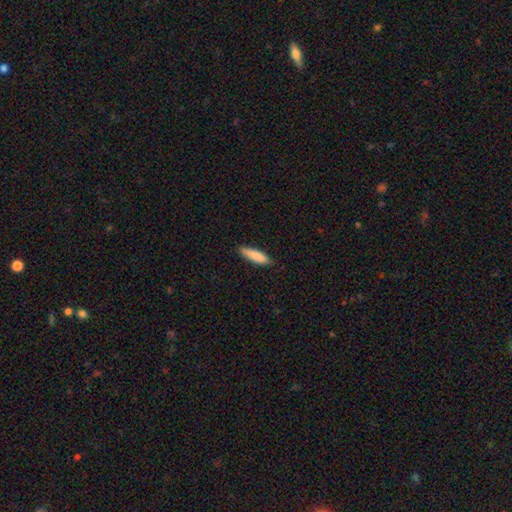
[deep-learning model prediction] This appears to be a smooth galaxy with no disk features (86%) that is cigar-shaped (70%). Merging: none (84%).